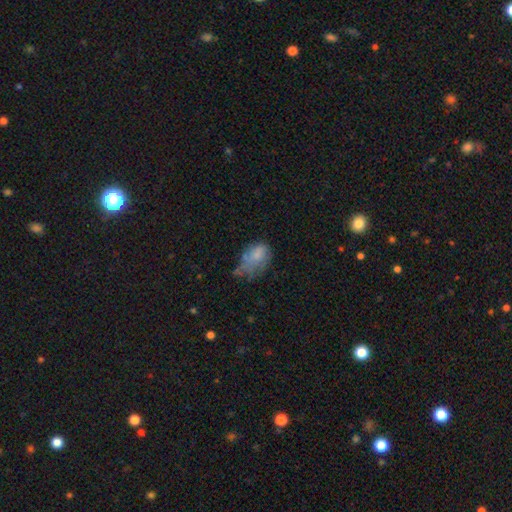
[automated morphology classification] The model was most divided on "merging": minor disturbance: 34%, major disturbance: 33%, none: 27%, merger: 6%. More confident: how rounded — in between (85%); smooth or featured — smooth (69%).